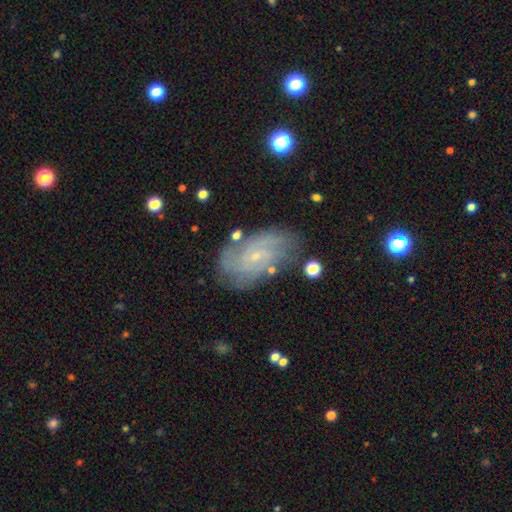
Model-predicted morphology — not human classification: type=featured or disk (75%); edge-on=no (96%); bar=no (71%); spiral arms=yes (90%); winding=tight (53%); arm count=can't tell (40%); bulge=small (86%); merging=none (70%).